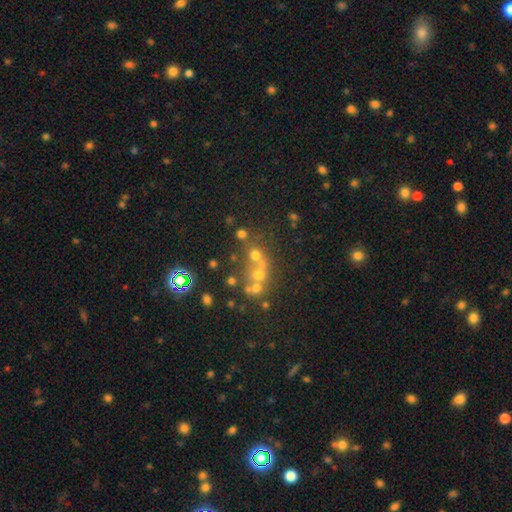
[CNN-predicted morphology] This appears to be a star or artifact, not a galaxy (45%).